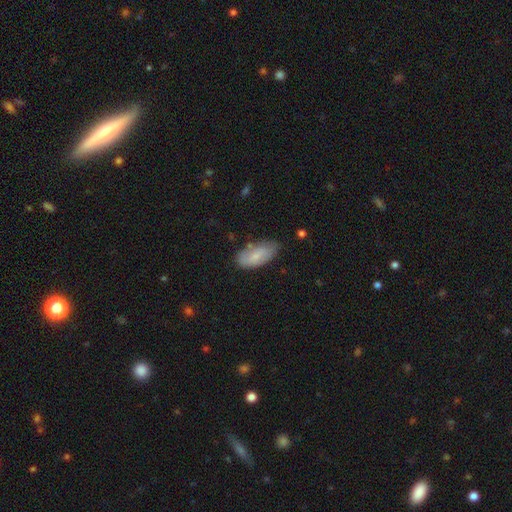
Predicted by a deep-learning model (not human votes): This is likely a smooth galaxy (76%). How rounded: clearly in between (91%). Merging: likely none (63%).